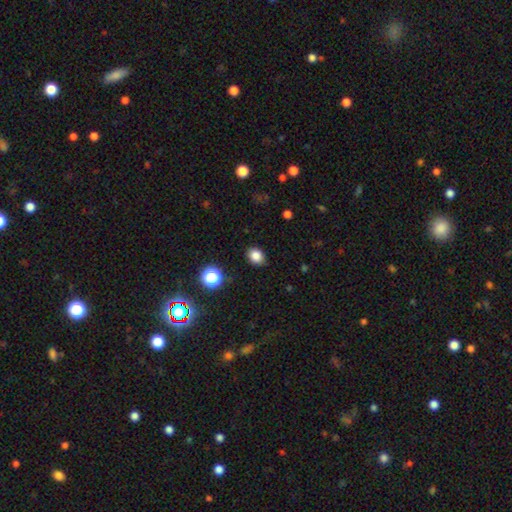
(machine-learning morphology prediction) Smooth or featured: smooth — 83% (star or artifact — 12%)
How rounded: in between — 55% (round — 45%)
Merging: none — 87% (minor disturbance — 9%)